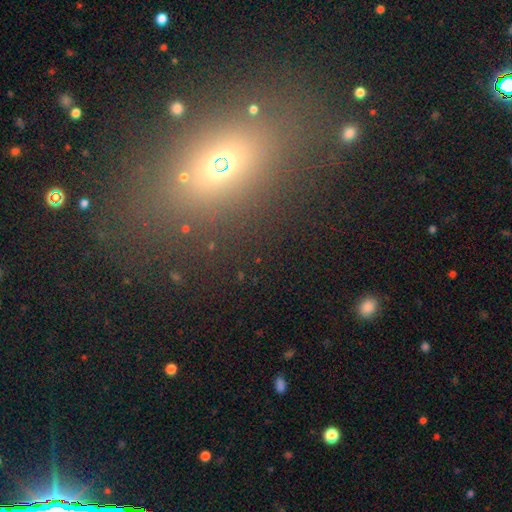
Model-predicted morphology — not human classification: Smooth or featured: smooth — 49% (star or artifact — 35%)
Merging: none — 77% (minor disturbance — 11%)